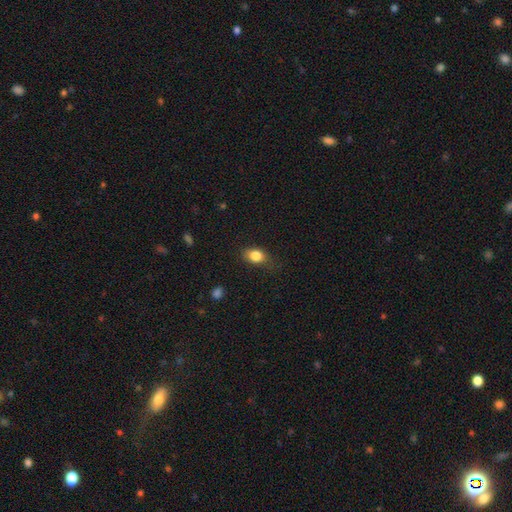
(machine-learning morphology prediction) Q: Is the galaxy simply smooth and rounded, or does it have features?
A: smooth — 83%.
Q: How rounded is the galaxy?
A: in between — 68%.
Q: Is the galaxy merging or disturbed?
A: none — 70%.